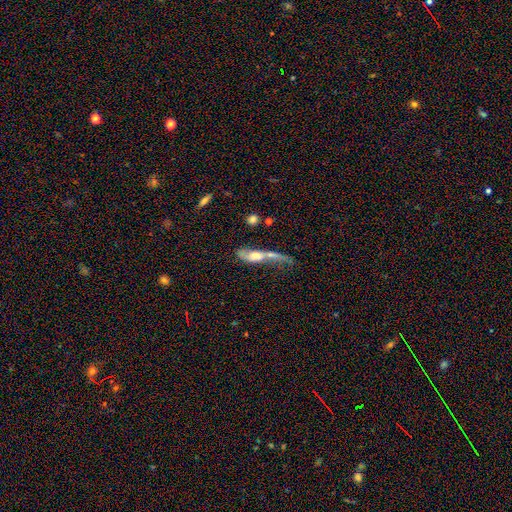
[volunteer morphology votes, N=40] A smooth galaxy with no disk features (48%) that is cigar-shaped (79%). Merging: merger (61%).